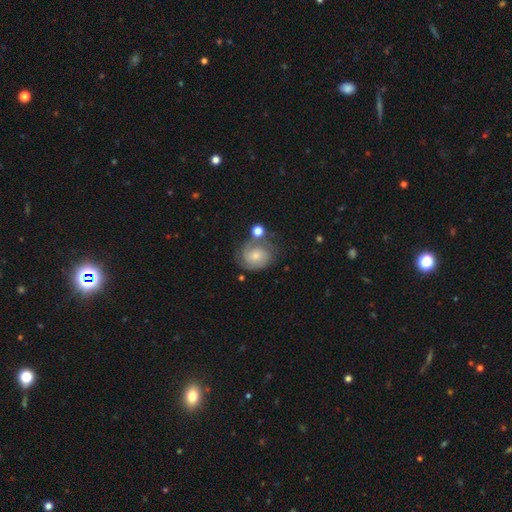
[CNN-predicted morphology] Q: Smooth or featured?
A: featured or disk (68%); runner-up: smooth (24%)
Q: Edge-on disk?
A: no (98%); runner-up: yes (2%)
Q: Bar?
A: no (75%); runner-up: weak (22%)
Q: Spiral arms?
A: yes (91%); runner-up: no (9%)
Q: Spiral winding?
A: tight (58%); runner-up: medium (32%)
Q: Spiral arm count?
A: 2 (40%); runner-up: can't tell (26%)
Q: Bulge size?
A: small (61%); runner-up: moderate (33%)
Q: Merging?
A: none (55%); runner-up: minor disturbance (20%)